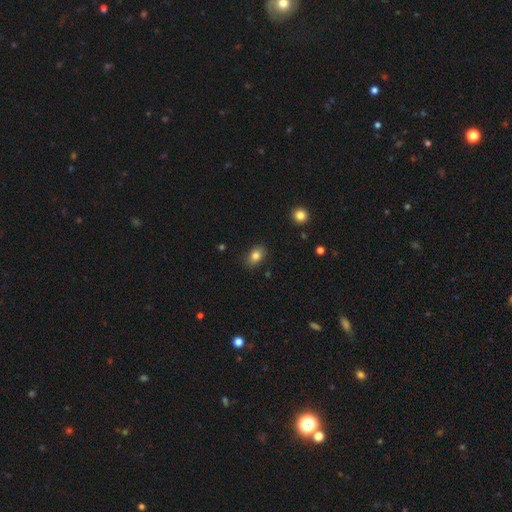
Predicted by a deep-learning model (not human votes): Q: Smooth or featured?
A: smooth (83%); runner-up: star or artifact (10%)
Q: How rounded?
A: in between (79%); runner-up: round (20%)
Q: Merging?
A: none (85%); runner-up: minor disturbance (12%)